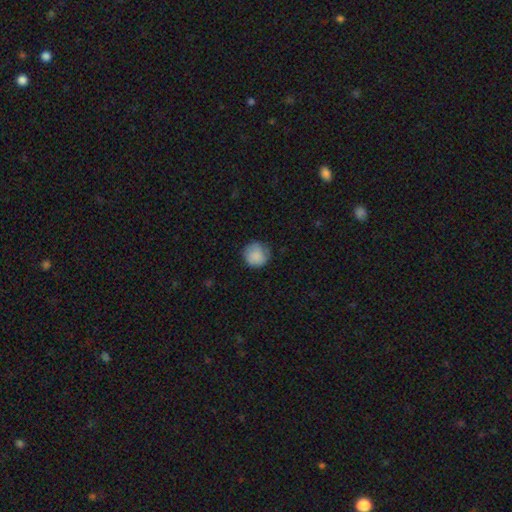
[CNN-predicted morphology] A smooth galaxy with no disk features (84%) that is round (93%).

Vote fractions:
- Smooth or featured? smooth: 84% / featured or disk: 9% / star or artifact: 7%
- How rounded? round: 93% / in between: 6% / cigar-shaped: 1%
- Merging? none: 77% / minor disturbance: 18% / major disturbance: 4% / merger: 1%